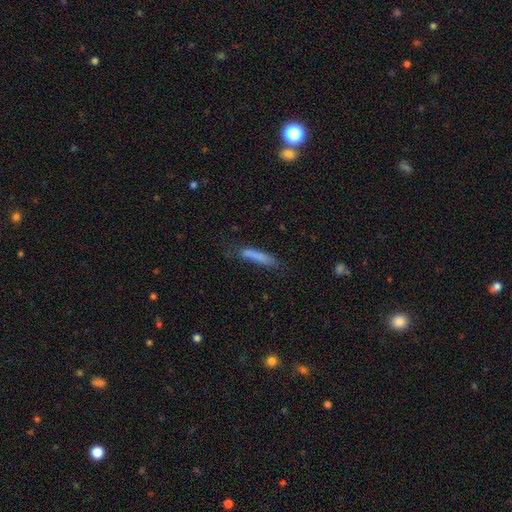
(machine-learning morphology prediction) smooth_or_featured: smooth (p=0.78) [alt: featured or disk p=0.15]
how_rounded: cigar-shaped (p=0.90) [alt: in between p=0.09]
merging: none (p=0.65) [alt: minor disturbance p=0.23]